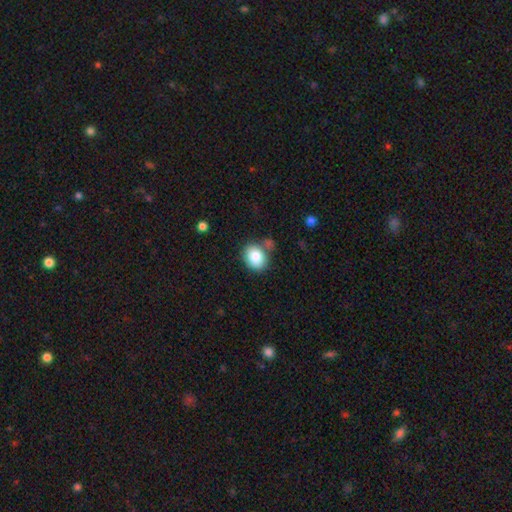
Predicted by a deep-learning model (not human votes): Smooth or featured? Predicted: smooth (p=0.84). How rounded? Predicted: round (p=0.52). Merging? Predicted: none (p=0.66).